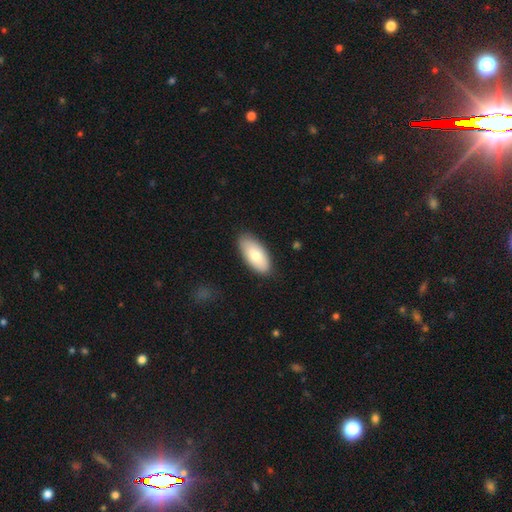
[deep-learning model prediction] This appears to be a smooth galaxy with no disk features (78%) that is in between round and cigar-shaped (91%). Merging: none (84%).